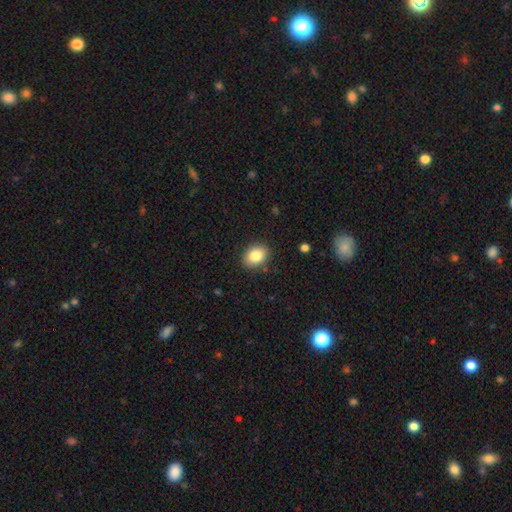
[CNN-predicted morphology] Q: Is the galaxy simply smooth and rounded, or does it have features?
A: smooth — 85%.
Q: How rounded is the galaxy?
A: in between — 69%.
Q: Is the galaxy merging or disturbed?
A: none — 87%.